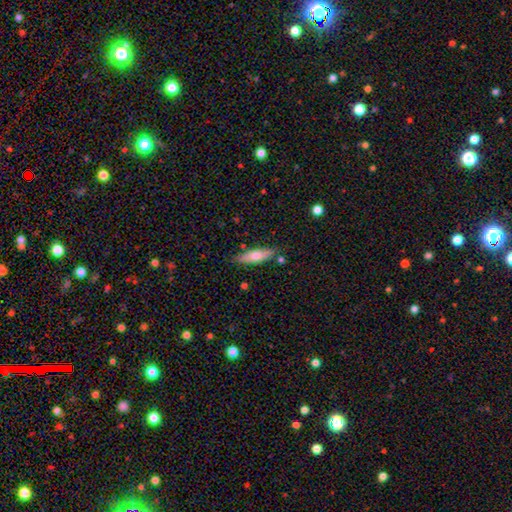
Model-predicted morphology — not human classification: Q: Smooth or featured?
A: smooth (66%); runner-up: featured or disk (28%)
Q: How rounded?
A: cigar-shaped (59%); runner-up: in between (39%)
Q: Merging?
A: none (80%); runner-up: minor disturbance (13%)